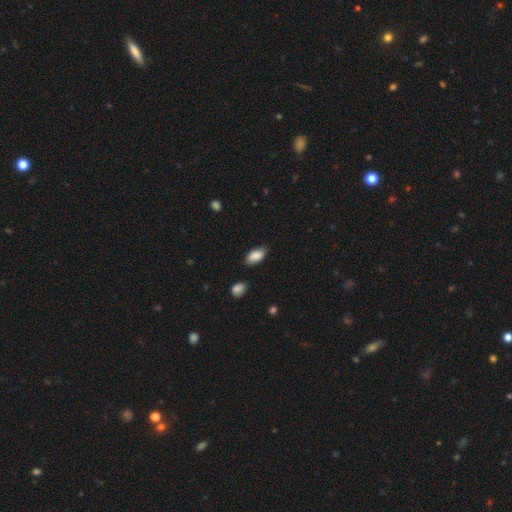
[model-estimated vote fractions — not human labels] This appears to be a smooth galaxy with no disk features (87%) that is in between round and cigar-shaped (93%). Merging: none (79%).